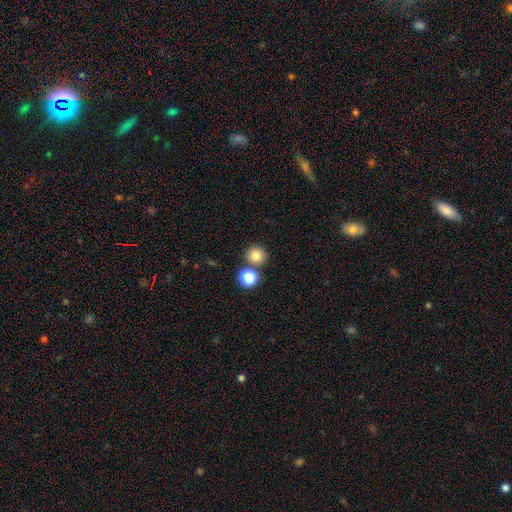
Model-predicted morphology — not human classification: smooth 81%, star or artifact 13%, featured or disk 6%. Down the decision tree: how rounded — round (93%); merging — none (76%).